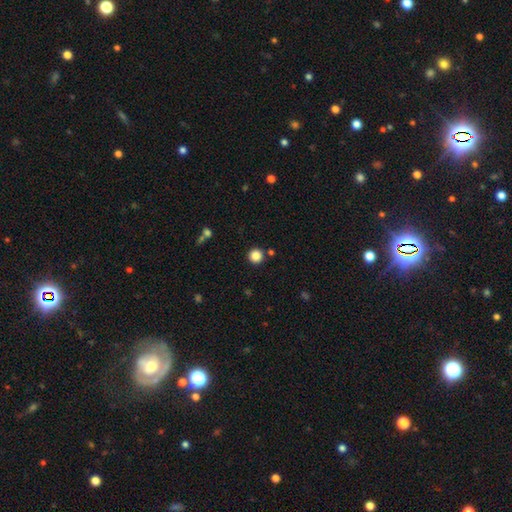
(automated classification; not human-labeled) Smooth or featured?
  - smooth: 86% *
  - star or artifact: 11%
  - featured or disk: 4%
How rounded?
  - round: 96% *
  - in between: 4%
  - cigar-shaped: 1%
Merging?
  - none: 89% *
  - minor disturbance: 5%
  - merger: 4%
  - major disturbance: 2%